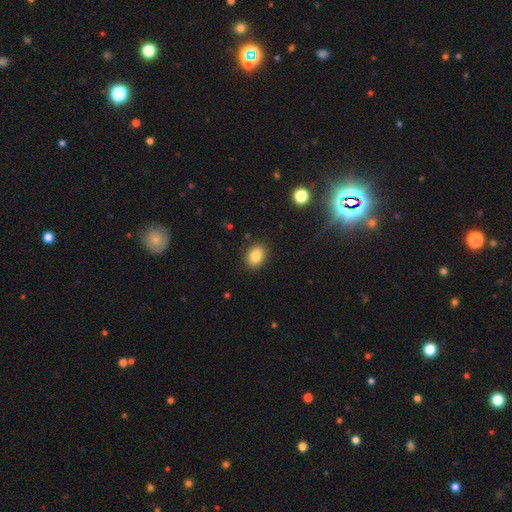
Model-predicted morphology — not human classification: Overall: smooth (85%). How rounded: in between (67%; round 32%). Merging: none (88%).